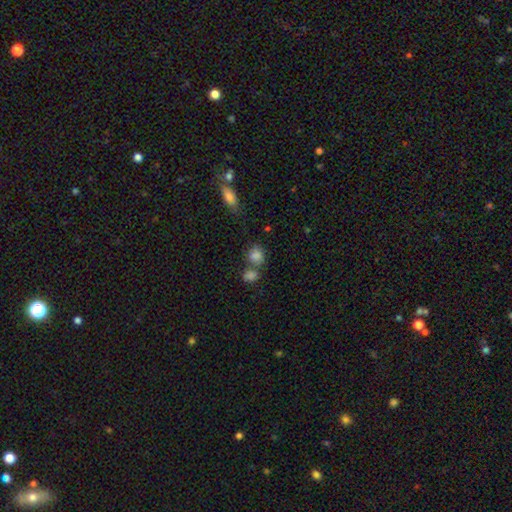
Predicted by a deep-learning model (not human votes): This appears to be a smooth galaxy with no disk features (82%) that is round (53%). Merging: none (48%).